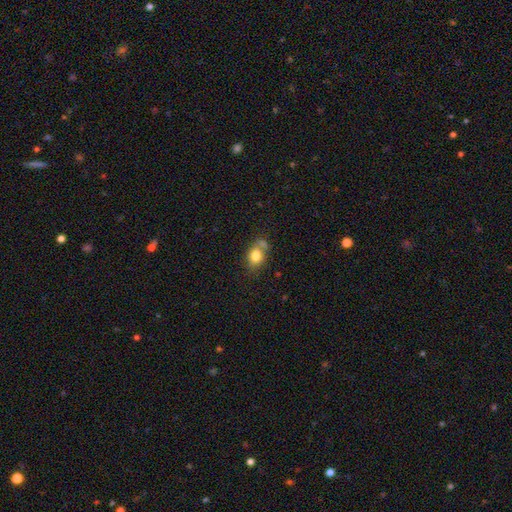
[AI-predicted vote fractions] smooth 79%, featured or disk 12%, star or artifact 9%. Down the decision tree: how rounded — in between (63%); merging — none (49%).